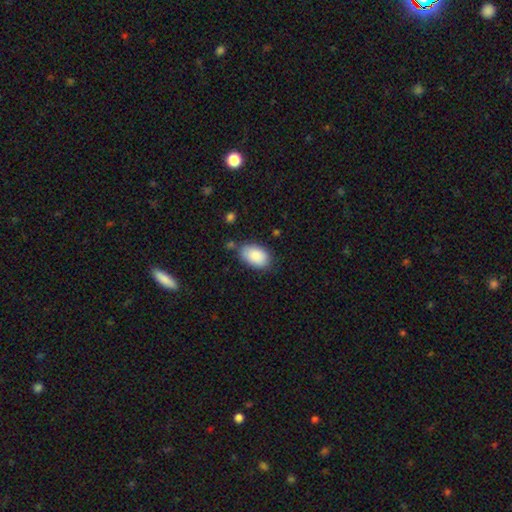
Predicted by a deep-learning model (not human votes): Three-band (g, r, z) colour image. It shows a smooth galaxy with no disk features (87%) that is in between round and cigar-shaped (92%). Merging: none (73%).